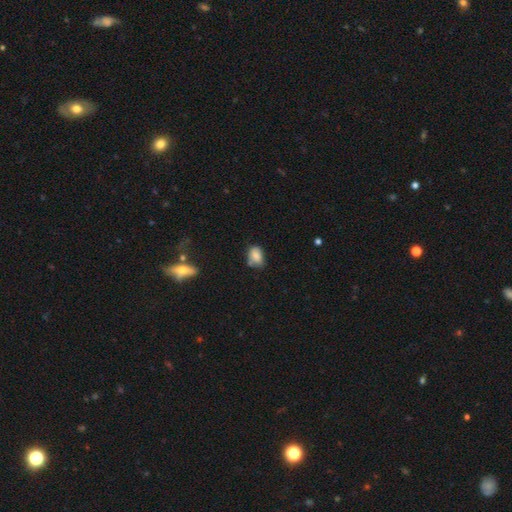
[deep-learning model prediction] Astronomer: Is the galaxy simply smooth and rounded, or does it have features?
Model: smooth — 80%.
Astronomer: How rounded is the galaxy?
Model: in between — 82%.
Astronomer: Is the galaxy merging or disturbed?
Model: none — 54% (runner-up: minor disturbance, 31%).